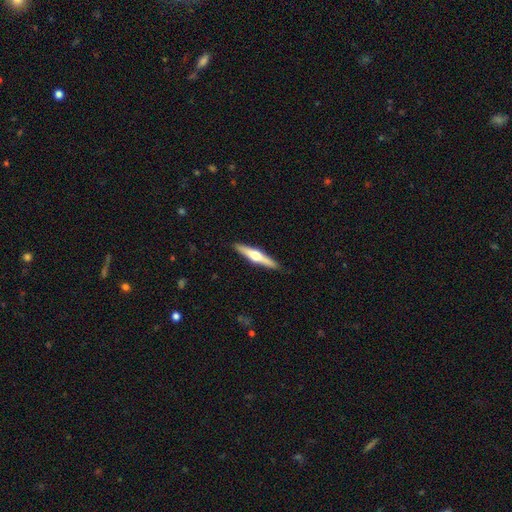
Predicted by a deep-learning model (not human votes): smooth-or-featured: featured or disk: 64% | smooth: 31% | star or artifact: 5%
  disk-edge-on: yes: 97% | no: 3%
    edge-on-bulge: rounded: 95% | boxy: 3% | none: 3%
  merging: none: 91% | minor disturbance: 7% | major disturbance: 1% | merger: 1%